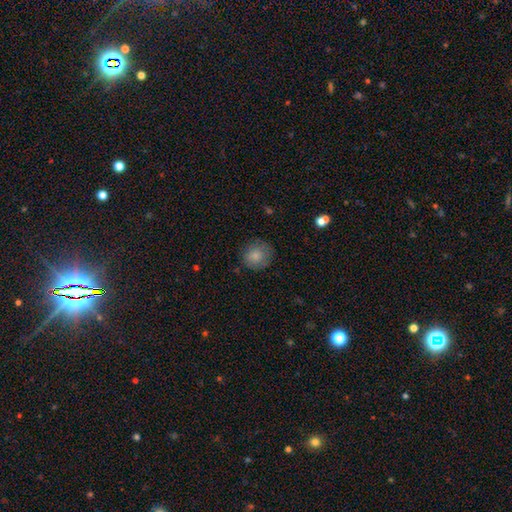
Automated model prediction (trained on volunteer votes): This appears to be a smooth galaxy with no disk features (82%) that is round (88%). Merging: none (80%).